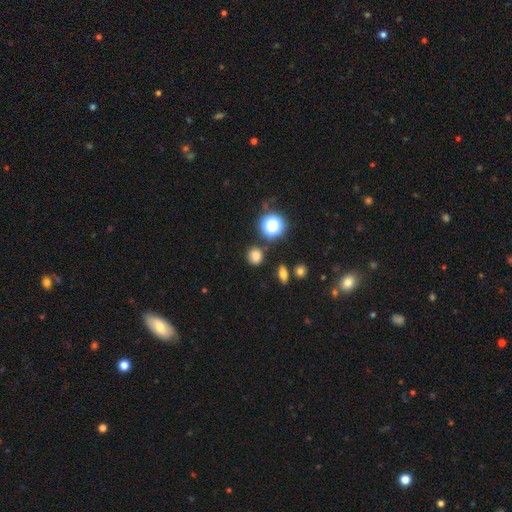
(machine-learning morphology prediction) smooth_or_featured: smooth (p=0.74) [alt: star or artifact p=0.20]
how_rounded: round (p=0.84) [alt: in between p=0.15]
merging: none (p=0.83) [alt: minor disturbance p=0.10]